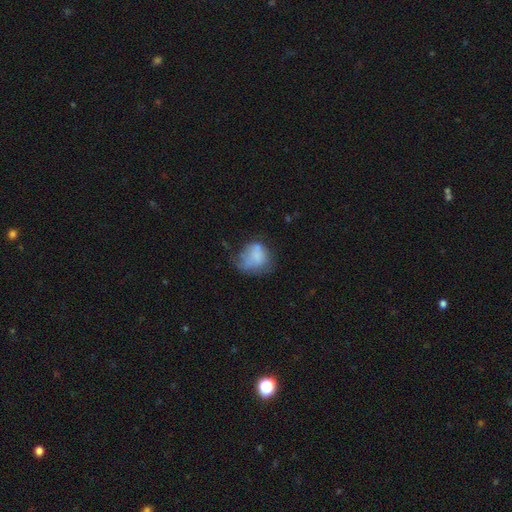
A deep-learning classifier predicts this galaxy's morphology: Q: Smooth or featured?
A: smooth (66%); runner-up: featured or disk (25%)
Q: How rounded?
A: round (55%); runner-up: in between (44%)
Q: Merging?
A: none (32%); runner-up: minor disturbance (31%)